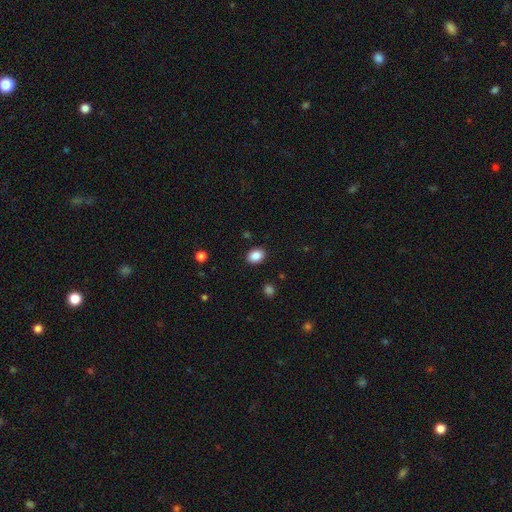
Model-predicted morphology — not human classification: type=smooth (87%); roundness=in between (66%); merging=none (89%).